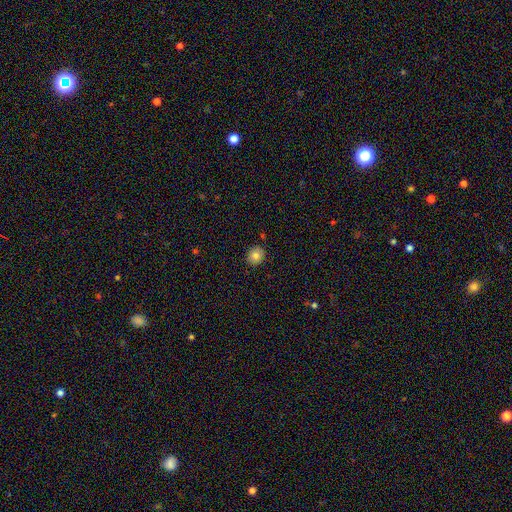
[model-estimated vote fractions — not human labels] This appears to be a smooth galaxy with no disk features (81%) that is round (72%). Merging: none (87%).